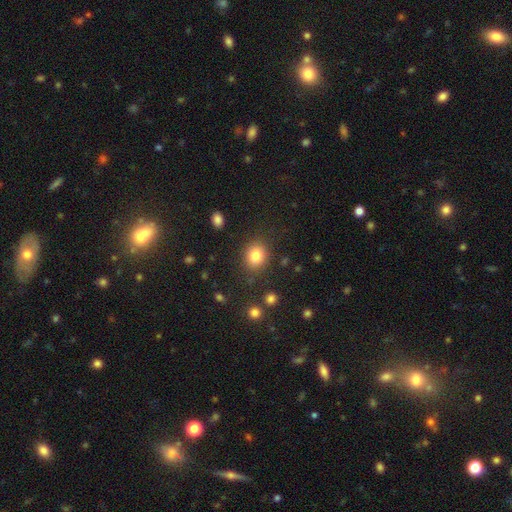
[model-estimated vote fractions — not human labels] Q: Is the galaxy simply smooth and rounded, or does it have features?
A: smooth — 82%.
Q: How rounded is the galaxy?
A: round — 64%.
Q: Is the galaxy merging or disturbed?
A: none — 83%.